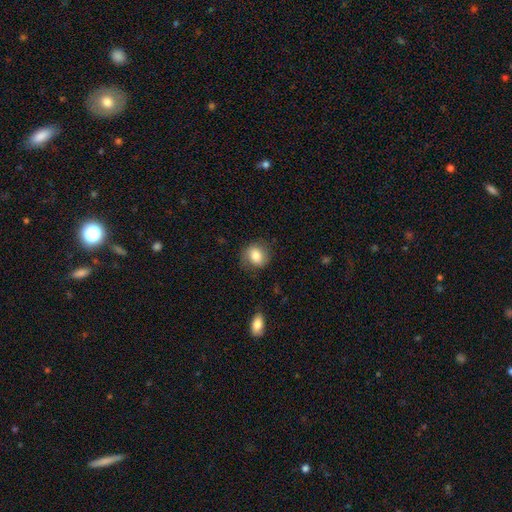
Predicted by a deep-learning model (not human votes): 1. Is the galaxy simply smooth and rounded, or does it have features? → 81% smooth, 12% featured or disk, 8% star or artifact.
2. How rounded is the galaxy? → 65% round, 34% in between, 1% cigar-shaped.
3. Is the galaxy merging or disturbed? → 74% none, 18% minor disturbance, 6% major disturbance, 1% merger.